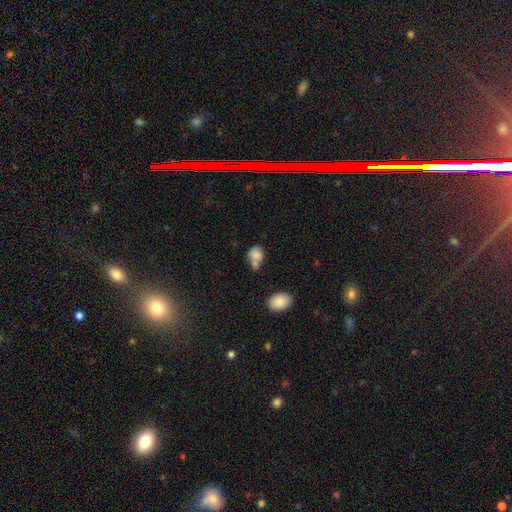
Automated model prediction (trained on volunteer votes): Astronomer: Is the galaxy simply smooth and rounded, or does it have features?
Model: smooth — 77%.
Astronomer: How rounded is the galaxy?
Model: in between — 64%.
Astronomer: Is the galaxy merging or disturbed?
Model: merger — 42% (runner-up: none, 33%).